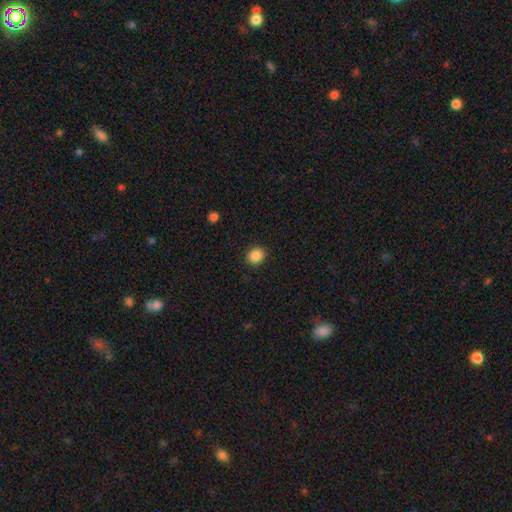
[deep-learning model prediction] A smooth galaxy with no disk features (87%) that is round (75%). Merging: none (90%).